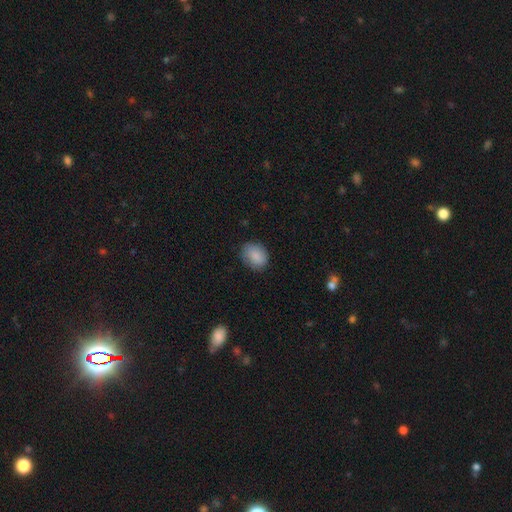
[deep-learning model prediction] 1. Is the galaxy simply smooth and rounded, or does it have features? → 86% smooth, 7% star or artifact, 7% featured or disk.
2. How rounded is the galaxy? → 52% in between, 47% round, 1% cigar-shaped.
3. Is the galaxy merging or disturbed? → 80% none, 16% minor disturbance, 3% major disturbance, 1% merger.